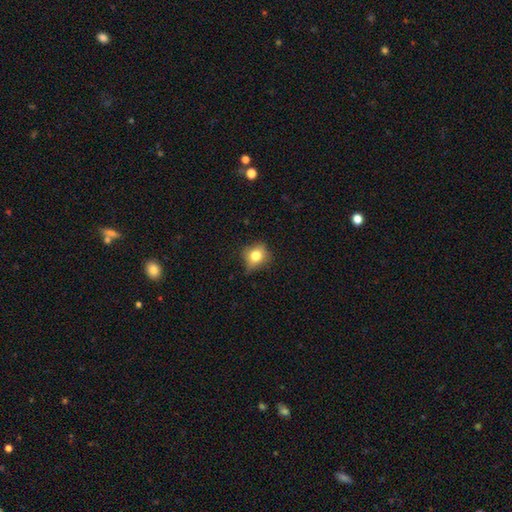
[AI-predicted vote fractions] A smooth galaxy with no disk features (74%) that is round (72%). Merging: none (68%).